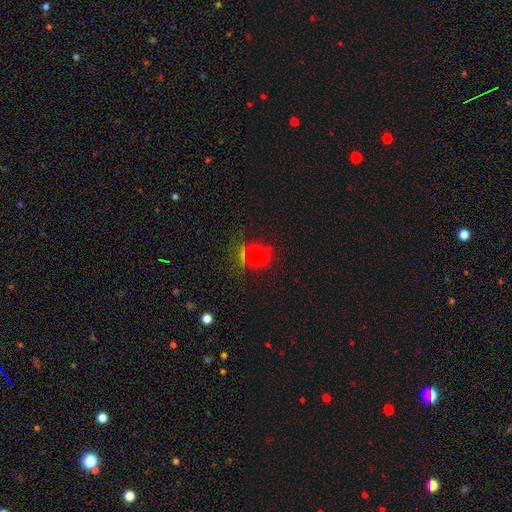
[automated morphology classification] Smooth or featured? smooth (67%)
How rounded? round (73%)
Merging? none (73%)